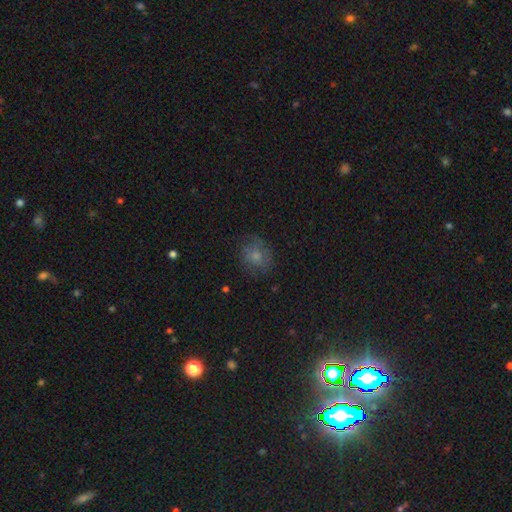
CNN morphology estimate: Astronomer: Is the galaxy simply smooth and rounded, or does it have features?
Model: smooth — 70%.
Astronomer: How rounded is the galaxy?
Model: round — 69%.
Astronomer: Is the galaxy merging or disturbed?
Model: none — 72%.